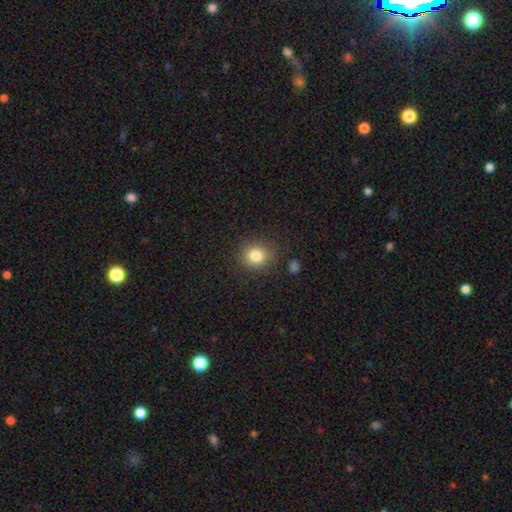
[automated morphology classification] Q: Smooth or featured?
A: smooth (82%); runner-up: star or artifact (12%)
Q: How rounded?
A: round (86%); runner-up: in between (13%)
Q: Merging?
A: none (86%); runner-up: minor disturbance (9%)